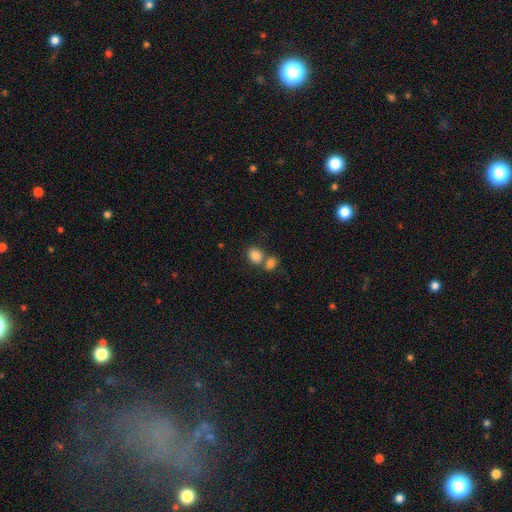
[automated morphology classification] The model was most divided on "merging": none: 45%, merger: 43%, minor disturbance: 9%, major disturbance: 3%. More confident: smooth or featured — smooth (84%); how rounded — round (52%).